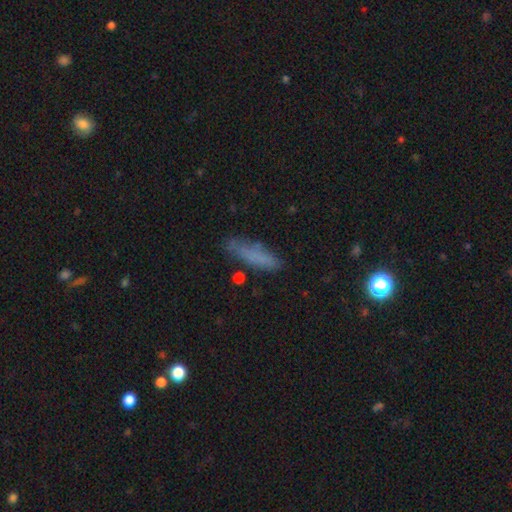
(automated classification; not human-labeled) Morphology: type=smooth (73%); roundness=cigar-shaped (77%); merging=none (72%).